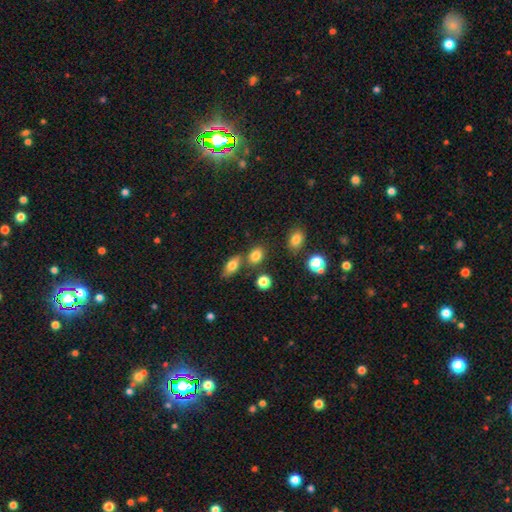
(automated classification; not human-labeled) Smooth or featured? Predicted: smooth (p=0.79). How rounded? Predicted: in between (p=0.58). Merging? Predicted: none (p=0.69).